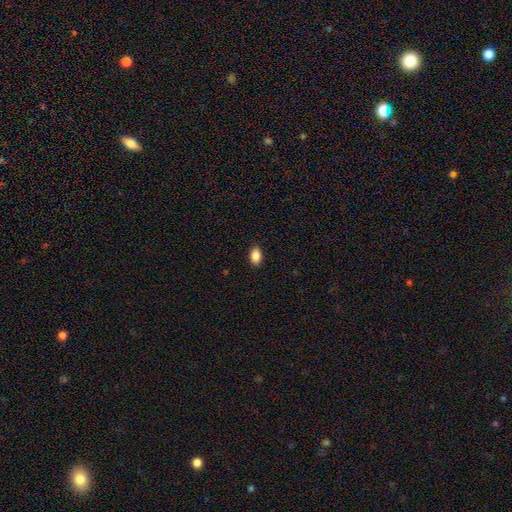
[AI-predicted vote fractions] Smooth or featured? Predicted: smooth (p=0.89). How rounded? Predicted: in between (p=0.86). Merging? Predicted: none (p=0.88).